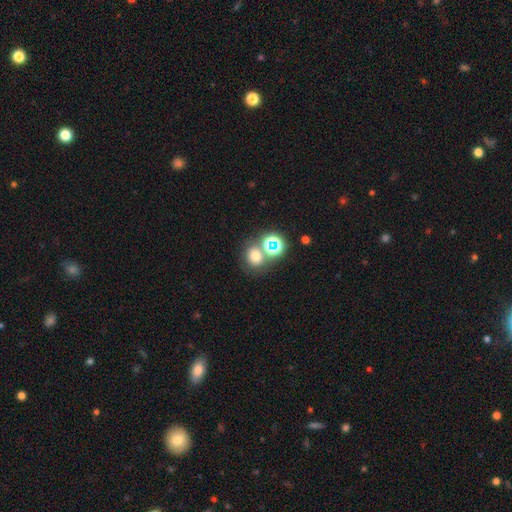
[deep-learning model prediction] The model was most divided on "merging": none: 59%, merger: 28%, minor disturbance: 9%, major disturbance: 5%. More confident: how rounded — round (75%); smooth or featured — smooth (65%).